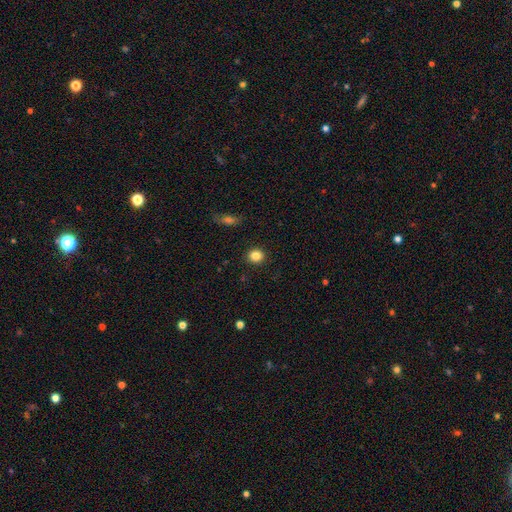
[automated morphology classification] Smooth or featured?
  - smooth: 84% *
  - star or artifact: 11%
  - featured or disk: 5%
How rounded?
  - round: 80% *
  - in between: 19%
  - cigar-shaped: 1%
Merging?
  - none: 90% *
  - minor disturbance: 6%
  - major disturbance: 2%
  - merger: 1%